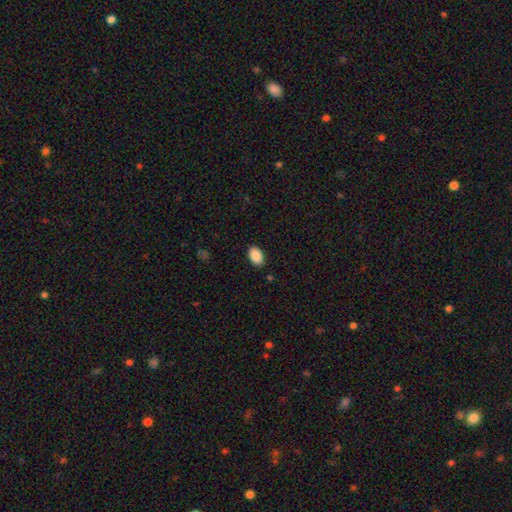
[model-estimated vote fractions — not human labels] The model was most divided on "merging": none: 89%, minor disturbance: 8%, major disturbance: 2%, merger: 1%. More confident: how rounded — in between (92%); smooth or featured — smooth (90%).